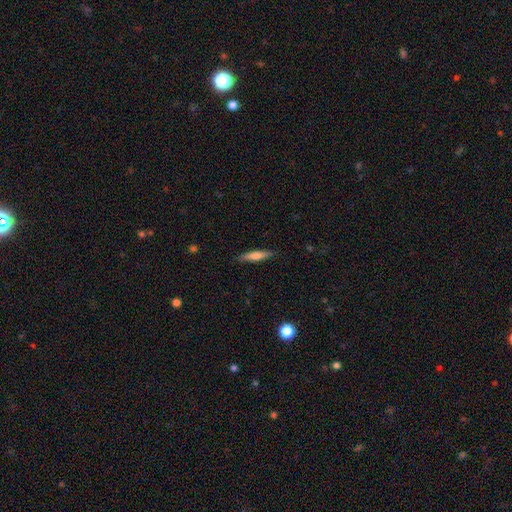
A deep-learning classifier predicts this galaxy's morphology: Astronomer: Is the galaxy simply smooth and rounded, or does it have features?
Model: smooth — 66%.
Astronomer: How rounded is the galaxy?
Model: cigar-shaped — 85%.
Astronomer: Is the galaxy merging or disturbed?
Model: none — 88%.